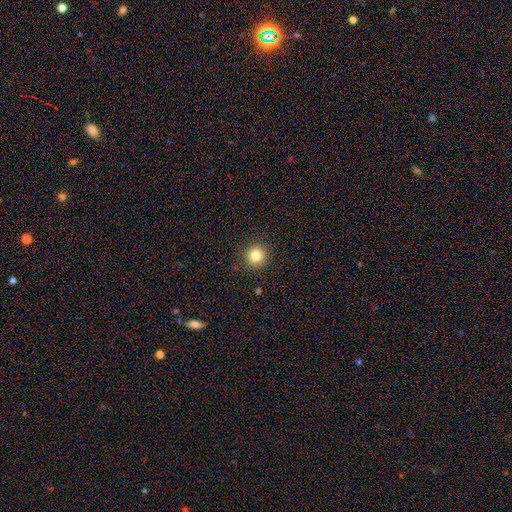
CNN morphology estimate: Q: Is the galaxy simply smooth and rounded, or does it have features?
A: smooth — 82%.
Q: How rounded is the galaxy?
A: round — 95%.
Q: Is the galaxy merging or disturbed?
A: none — 91%.